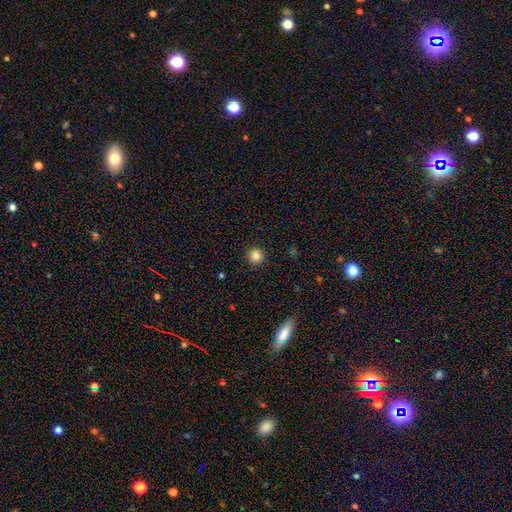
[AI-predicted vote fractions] Smooth or featured?
  - smooth: 84% *
  - star or artifact: 11%
  - featured or disk: 5%
How rounded?
  - round: 95% *
  - in between: 4%
  - cigar-shaped: 1%
Merging?
  - none: 92% *
  - minor disturbance: 6%
  - major disturbance: 2%
  - merger: 1%